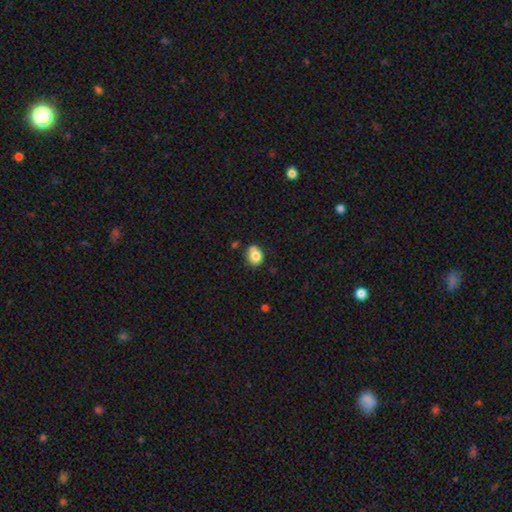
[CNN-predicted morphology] A smooth galaxy with no disk features (76%) that is round (67%). Merging: none (54%).